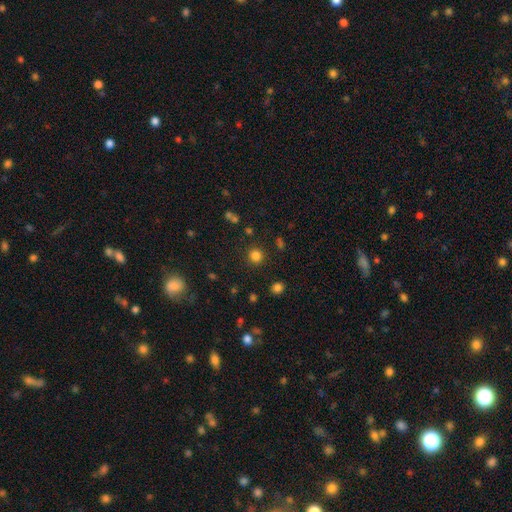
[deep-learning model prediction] Smooth or featured? Predicted: smooth (p=0.81). How rounded? Predicted: round (p=0.93). Merging? Predicted: none (p=0.89).